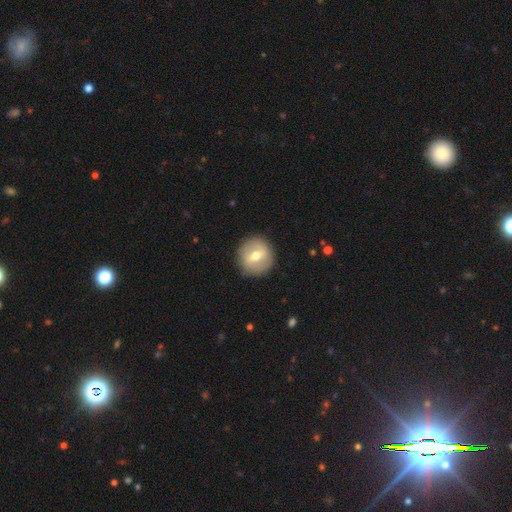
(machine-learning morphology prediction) Smooth or featured: smooth — 48% (featured or disk — 45%)
Merging: none — 89% (minor disturbance — 7%)